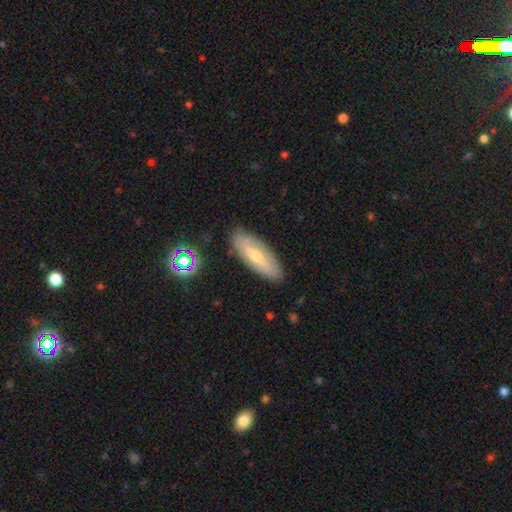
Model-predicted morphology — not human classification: The model was most divided on "smooth or featured": featured or disk: 52%, smooth: 40%, star or artifact: 8%. More confident: merging — none (85%); edge-on disk — no (70%).